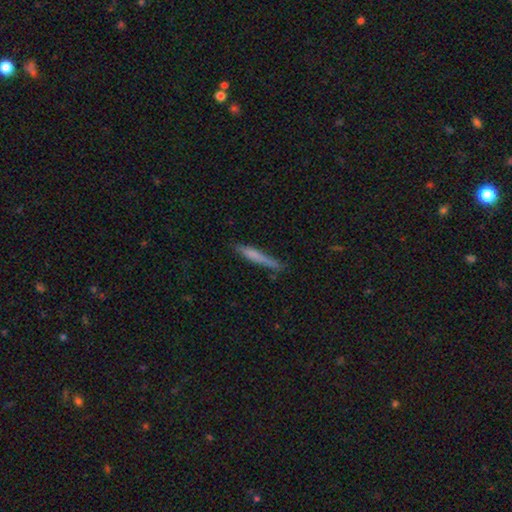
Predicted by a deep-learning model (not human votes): Smooth or featured?
  - smooth: 67% *
  - featured or disk: 26%
  - star or artifact: 7%
How rounded?
  - cigar-shaped: 95% *
  - in between: 4%
  - round: 1%
Merging?
  - none: 74% *
  - minor disturbance: 19%
  - major disturbance: 4%
  - merger: 2%